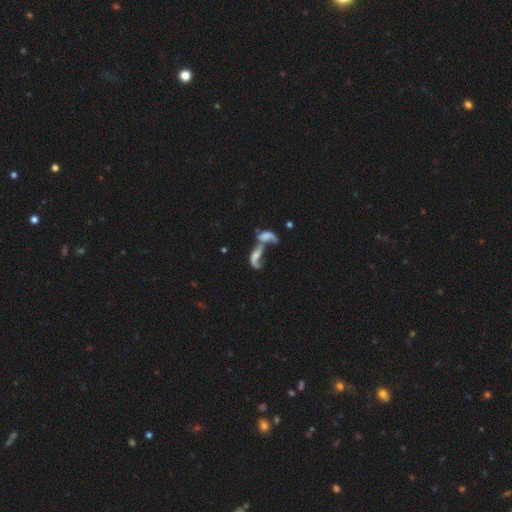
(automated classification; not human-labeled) Morphology: type=featured or disk (57%); edge-on=no (89%); bar=no (66%); spiral arms=yes (60%); bulge=none (46%); merging=merger (75%).